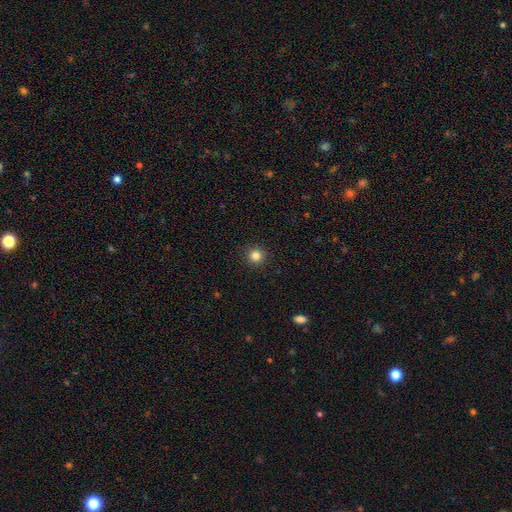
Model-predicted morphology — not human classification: Overall: smooth (83%). How rounded: round (95%). Merging: none (93%).